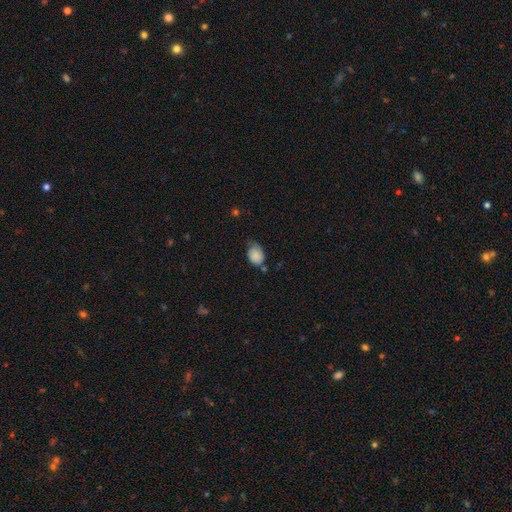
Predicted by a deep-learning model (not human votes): The model was most divided on "merging": none: 43%, minor disturbance: 41%, major disturbance: 10%, merger: 6%. More confident: smooth or featured — smooth (83%); how rounded — in between (70%).